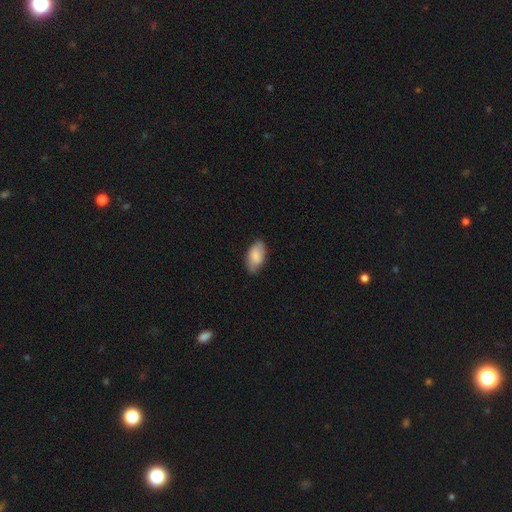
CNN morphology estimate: Overall: smooth (85%). How rounded: in between (95%). Merging: none (78%).